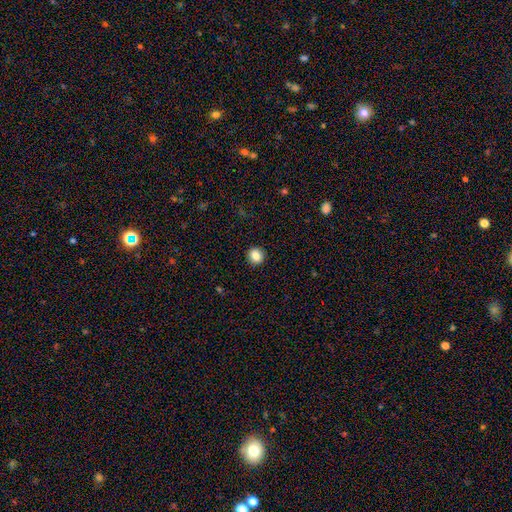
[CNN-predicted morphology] Smooth or featured: smooth — 85% (star or artifact — 10%)
How rounded: round — 80% (in between — 19%)
Merging: none — 91% (minor disturbance — 6%)